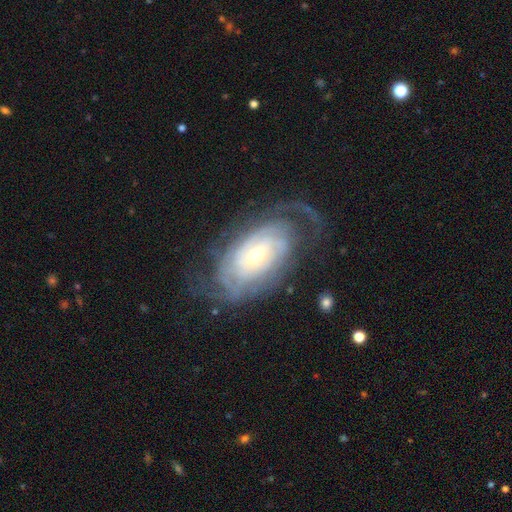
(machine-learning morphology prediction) A featured or disk galaxy (85%) with no bar (64%), tight (68%) spiral arms (93%) and a small central bulge (47%, tied with moderate).

Vote fractions:
- Smooth or featured? featured or disk: 85% / smooth: 10% / star or artifact: 5%
- Edge-on disk? no: 94% / yes: 6%
- Bar? no: 64% / weak: 28% / strong: 8%
- Spiral arms? yes: 93% / no: 7%
- Spiral winding? tight: 68% / medium: 23% / loose: 9%
- Spiral arm count? can't tell: 44% / 2: 21% / 3: 12% / 4: 9% / more than 4: 7% / 1: 6%
- Bulge size? small: 47% (tied) / moderate: 47% (tied) / large: 4% / none: 1% / dominant: 1%
- Merging? none: 61% / minor disturbance: 19% / major disturbance: 18% / merger: 2%